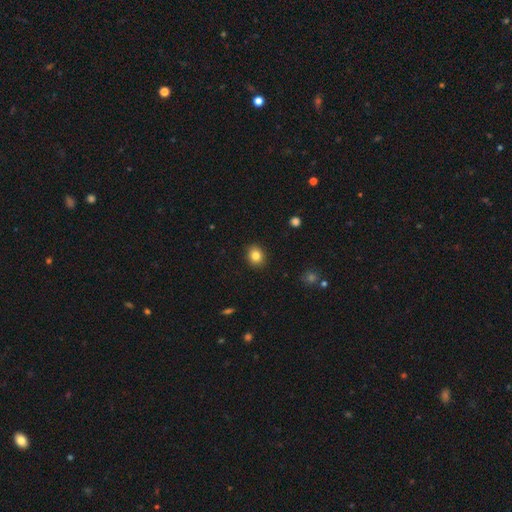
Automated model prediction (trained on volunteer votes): This appears to be a smooth galaxy with no disk features (83%) that is round (68%). Merging: none (90%).